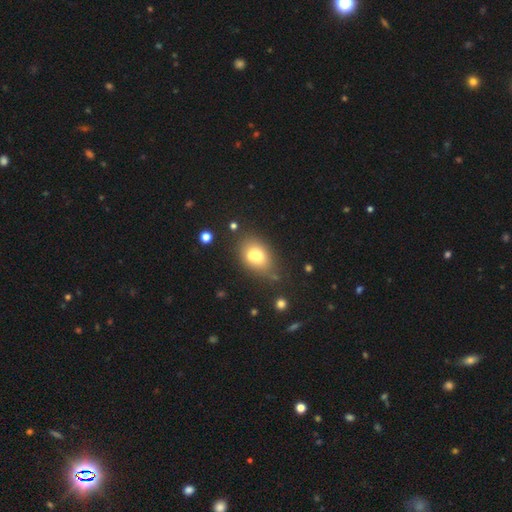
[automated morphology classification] smooth-or-featured: smooth: 68% | featured or disk: 21% | star or artifact: 11%
  how-rounded: in between: 64% | round: 34% | cigar-shaped: 2%
  merging: merger: 40% (tied) | none: 40% (tied) | minor disturbance: 14% | major disturbance: 6%